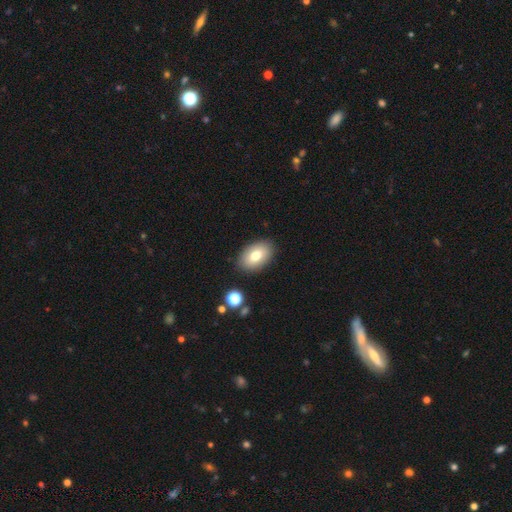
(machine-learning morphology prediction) The model was most divided on "smooth or featured": smooth: 77%, featured or disk: 15%, star or artifact: 8%. More confident: how rounded — in between (90%); merging — none (87%).